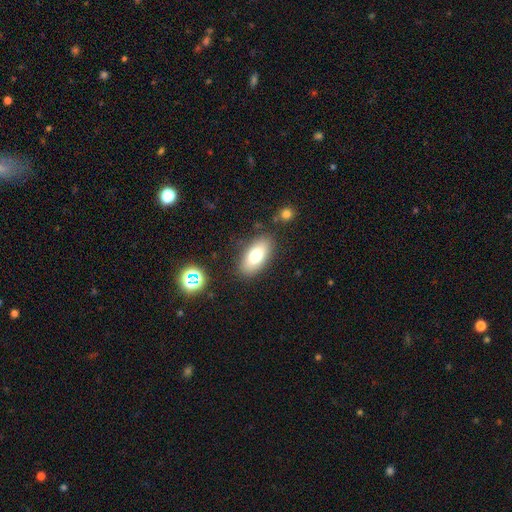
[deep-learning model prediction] smooth 74%, featured or disk 17%, star or artifact 9%. Down the decision tree: how rounded — in between (89%); merging — none (84%).